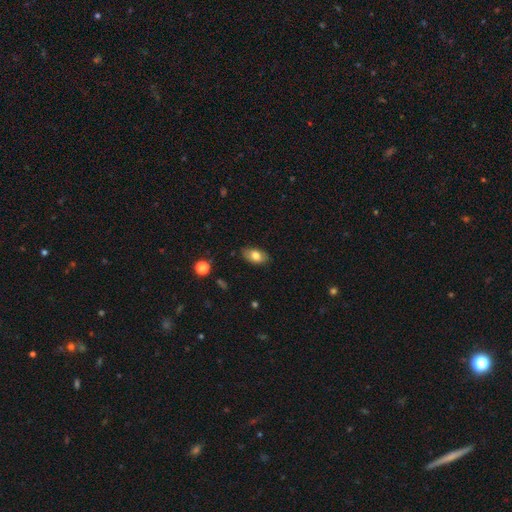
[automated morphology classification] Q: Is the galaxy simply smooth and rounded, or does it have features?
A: smooth — 75%.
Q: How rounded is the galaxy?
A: in between — 91%.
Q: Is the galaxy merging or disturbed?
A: none — 81%.